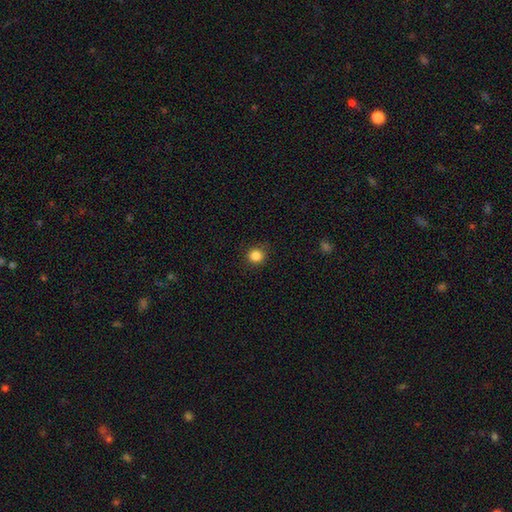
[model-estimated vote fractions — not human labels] Smooth or featured?
  - smooth: 85% *
  - star or artifact: 11%
  - featured or disk: 4%
How rounded?
  - round: 92% *
  - in between: 7%
  - cigar-shaped: 1%
Merging?
  - none: 88% *
  - minor disturbance: 9%
  - major disturbance: 2%
  - merger: 1%